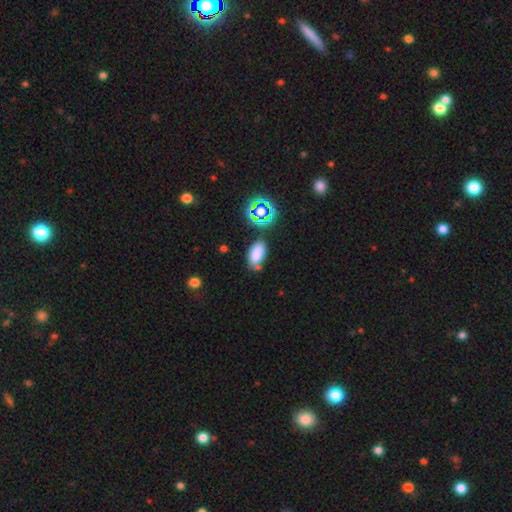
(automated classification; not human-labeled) Overall: smooth (74%). How rounded: in between (91%). Merging: none (68%).